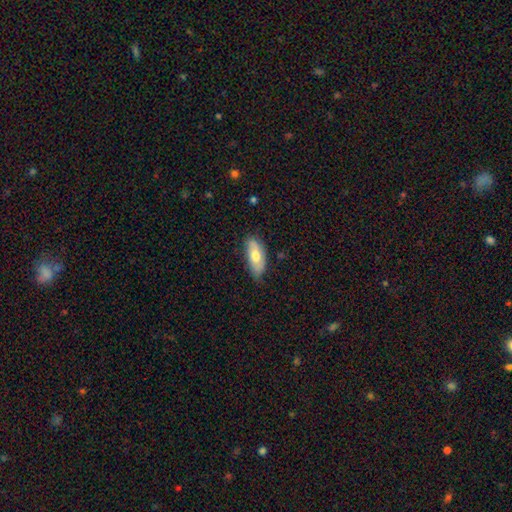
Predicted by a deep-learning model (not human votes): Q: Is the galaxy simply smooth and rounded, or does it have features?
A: smooth — 67%.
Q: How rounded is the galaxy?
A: in between — 85%.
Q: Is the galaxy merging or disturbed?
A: none — 69%.